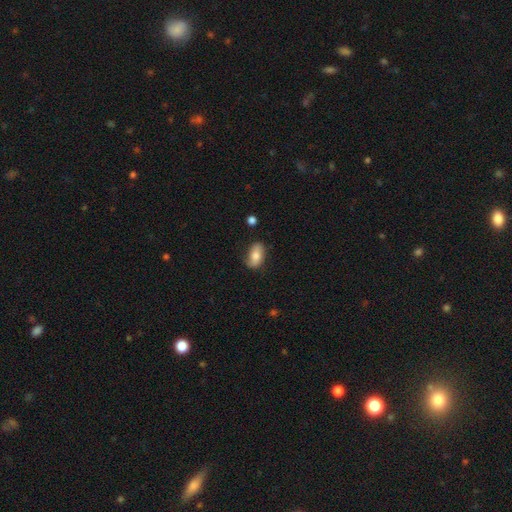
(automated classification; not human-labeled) Q: Smooth or featured?
A: smooth (75%); runner-up: featured or disk (18%)
Q: How rounded?
A: in between (91%); runner-up: round (5%)
Q: Merging?
A: none (75%); runner-up: minor disturbance (19%)